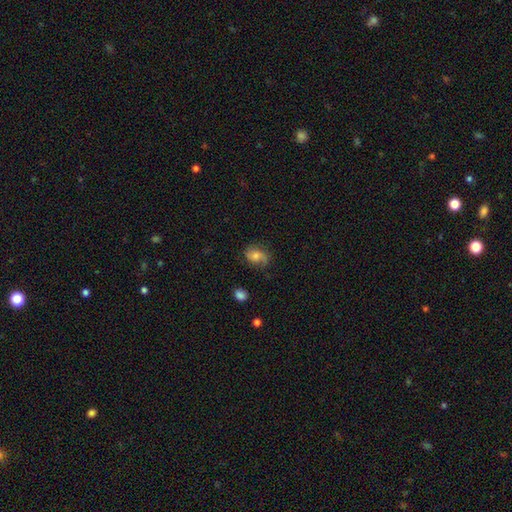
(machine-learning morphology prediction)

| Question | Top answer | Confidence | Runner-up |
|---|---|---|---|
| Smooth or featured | featured or disk | 56% | smooth (35%) |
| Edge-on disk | no | 96% | yes (4%) |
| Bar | no | 64% | weak (30%) |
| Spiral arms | yes | 90% | no (10%) |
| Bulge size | moderate | 54% | small (29%) |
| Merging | none | 69% | minor disturbance (21%) |